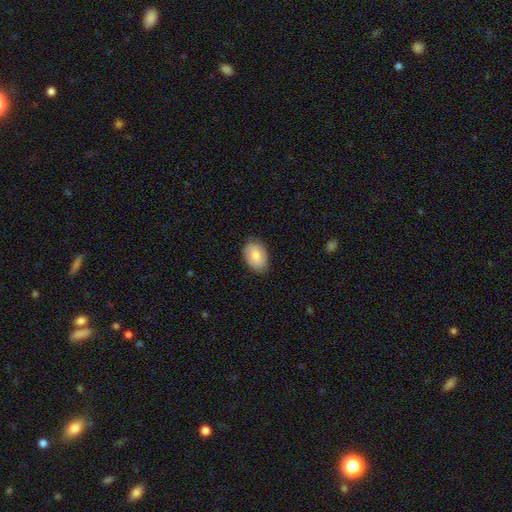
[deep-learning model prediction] Smooth or featured? smooth (79%)
How rounded? in between (86%)
Merging? none (81%)